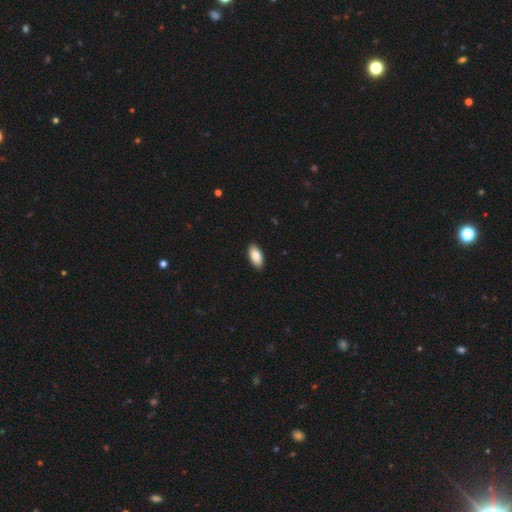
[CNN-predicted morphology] A smooth galaxy with no disk features (87%) that is in between round and cigar-shaped (93%).

Vote fractions:
- Smooth or featured? smooth: 87% / featured or disk: 7% / star or artifact: 6%
- How rounded? in between: 93% / cigar-shaped: 5% / round: 2%
- Merging? none: 90% / minor disturbance: 8% / major disturbance: 2% / merger: 1%